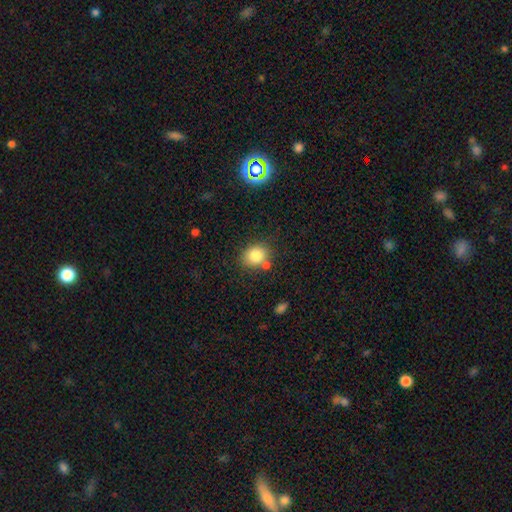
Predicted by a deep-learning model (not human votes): Smooth or featured: smooth — 82% (star or artifact — 10%)
How rounded: round — 60% (in between — 40%)
Merging: none — 69% (minor disturbance — 14%)